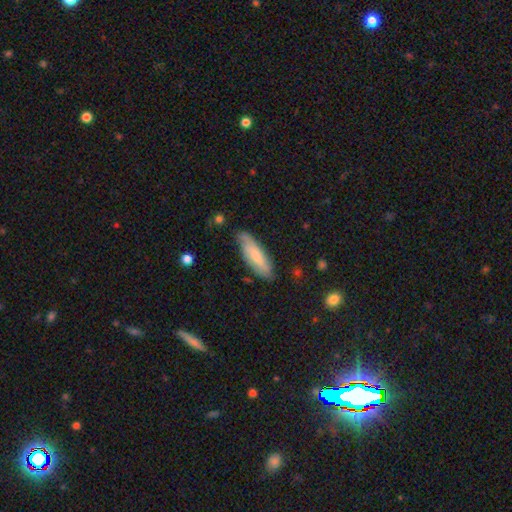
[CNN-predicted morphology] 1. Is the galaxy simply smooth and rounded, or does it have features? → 54% smooth, 40% featured or disk, 6% star or artifact.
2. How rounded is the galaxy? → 53% in between, 45% cigar-shaped, 2% round.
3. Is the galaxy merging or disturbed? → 73% none, 21% minor disturbance, 4% major disturbance, 2% merger.